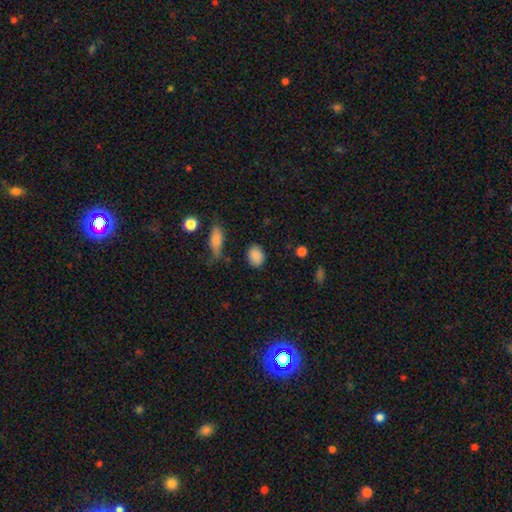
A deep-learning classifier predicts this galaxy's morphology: This appears to be a smooth galaxy with no disk features (87%) that is in between round and cigar-shaped (64%). Merging: none (82%).